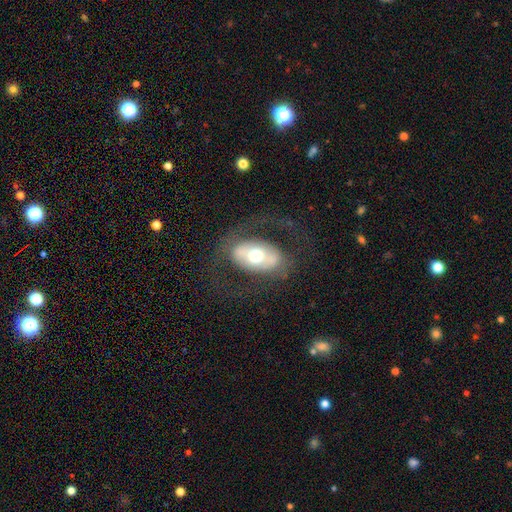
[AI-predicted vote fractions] Smooth or featured? featured or disk (59%)
Edge-on disk? no (90%)
Bar? no (52%)
Spiral arms? no (64%)
Bulge size? moderate (65%)
Merging? none (70%)